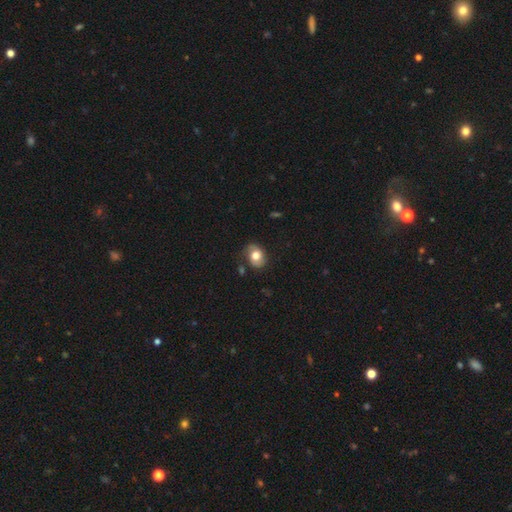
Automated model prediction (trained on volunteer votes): Morphology: type=smooth (66%); roundness=in between (55%); merging=none (66%).